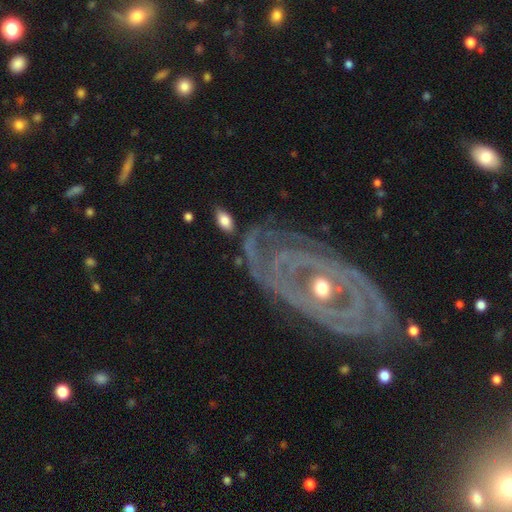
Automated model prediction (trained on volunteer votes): Smooth or featured? Predicted: featured or disk (p=0.89). Edge-on disk? Predicted: no (p=0.94). Bar? Predicted: no (p=0.69). Spiral arms? Predicted: yes (p=0.94). Spiral winding? Predicted: tight (p=0.80). Spiral arm count? Predicted: 2 (p=0.27). Bulge size? Predicted: moderate (p=0.50). Merging? Predicted: none (p=0.74).